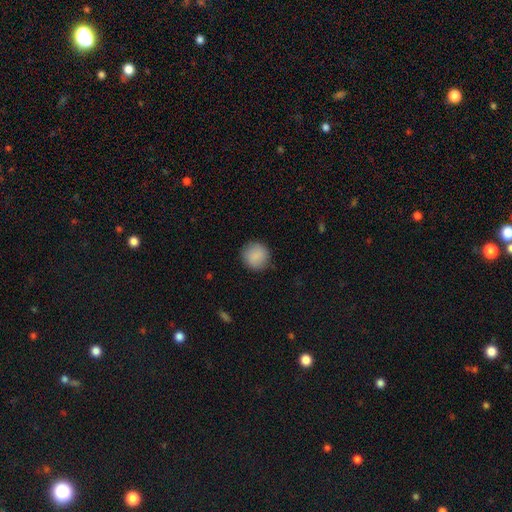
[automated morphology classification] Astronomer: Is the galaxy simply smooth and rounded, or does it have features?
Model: smooth — 88%.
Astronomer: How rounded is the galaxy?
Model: round — 91%.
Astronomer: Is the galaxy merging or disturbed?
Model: none — 86%.